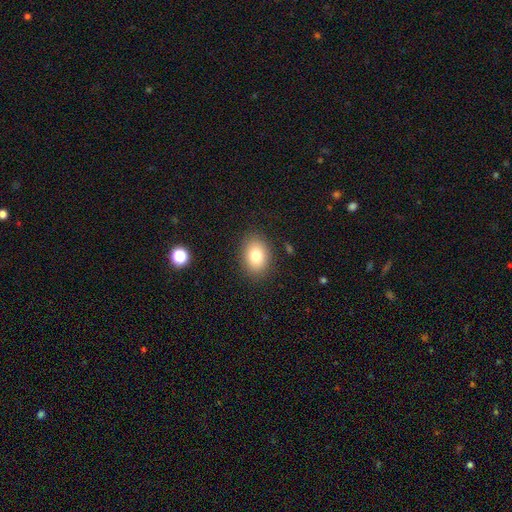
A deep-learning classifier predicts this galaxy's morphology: This is likely a smooth galaxy (80%). How rounded: likely in between (69%). Merging: clearly none (87%).